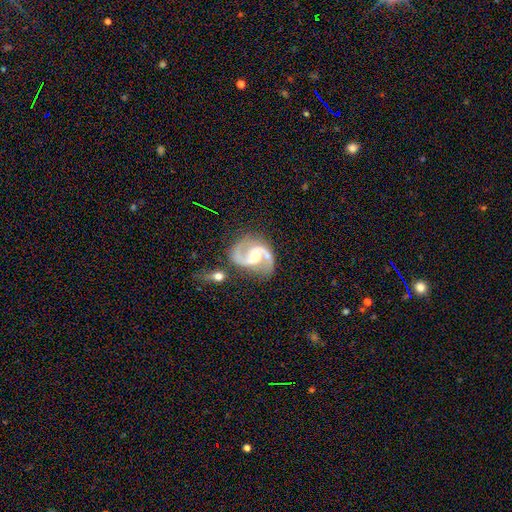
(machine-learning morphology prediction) smooth-or-featured: featured or disk: 93% | star or artifact: 4% | smooth: 3%
  disk-edge-on: no: 98% | yes: 2%
    bar: no: 45% | weak: 43% | strong: 12%
    has-spiral-arms: yes: 98% | no: 2%
      spiral-winding: medium: 64% | loose: 23% | tight: 13%
      spiral-arm-count: 2: 94% | can't tell: 1% | 1: 1% | 3: 1% | 4: 1% | more than 4: 1%
    bulge-size: moderate: 59% | small: 33% | large: 4% | none: 3% | dominant: 1%
  merging: none: 65% | minor disturbance: 18% | merger: 9% | major disturbance: 8%